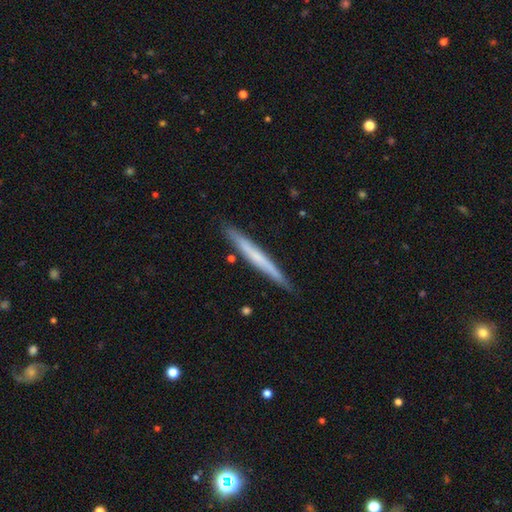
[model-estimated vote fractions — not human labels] Smooth or featured? Predicted: smooth (p=0.49). Merging? Predicted: none (p=0.88).